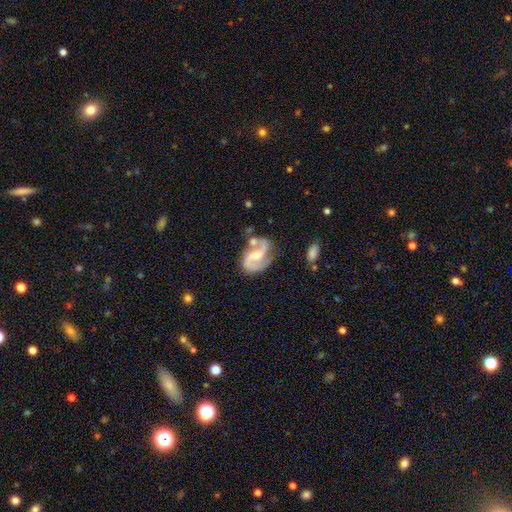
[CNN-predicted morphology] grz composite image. It shows a featured or disk galaxy (88%) with a weak bar (45%), 2 (91%) medium (48%) spiral arms (96%) and a moderate central bulge (61%). Merging: none (58%).